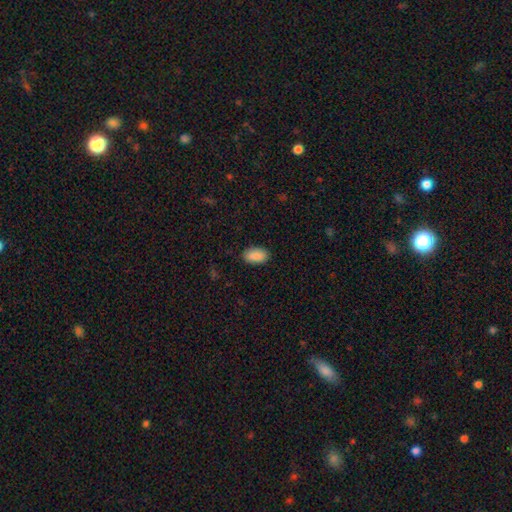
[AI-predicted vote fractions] smooth_or_featured: smooth (p=0.90) [alt: star or artifact p=0.07]
how_rounded: in between (p=0.94) [alt: round p=0.05]
merging: none (p=0.87) [alt: minor disturbance p=0.10]